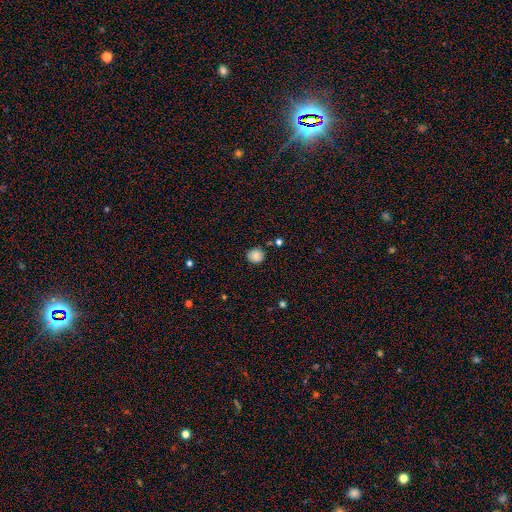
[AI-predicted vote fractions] This is clearly a smooth galaxy (85%). How rounded: clearly round (88%). Merging: clearly none (82%).